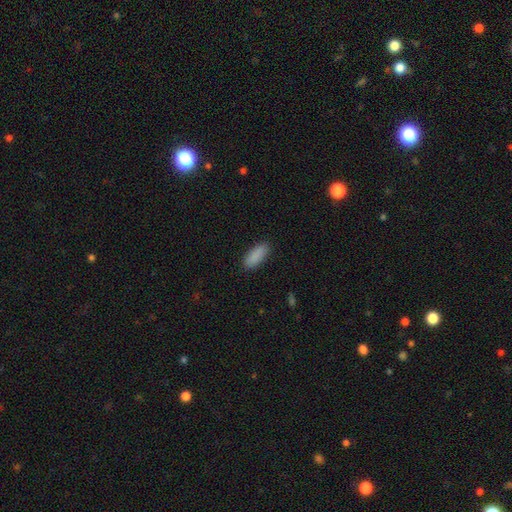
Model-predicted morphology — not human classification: Smooth or featured: smooth — 90% (star or artifact — 7%)
How rounded: in between — 75% (cigar-shaped — 23%)
Merging: none — 88% (minor disturbance — 9%)